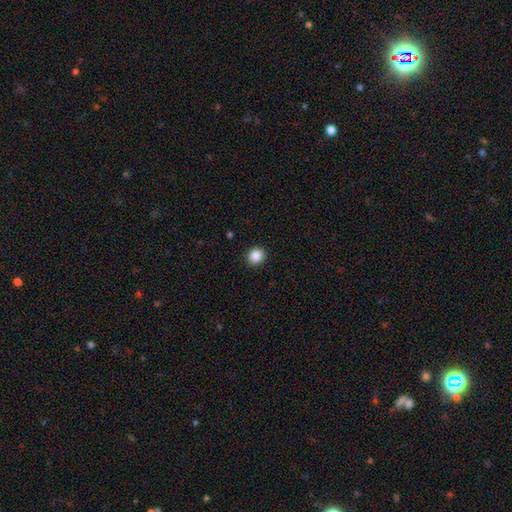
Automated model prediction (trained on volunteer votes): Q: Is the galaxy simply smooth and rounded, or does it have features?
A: smooth — 86%.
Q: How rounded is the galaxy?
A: round — 88%.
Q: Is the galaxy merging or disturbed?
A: none — 92%.